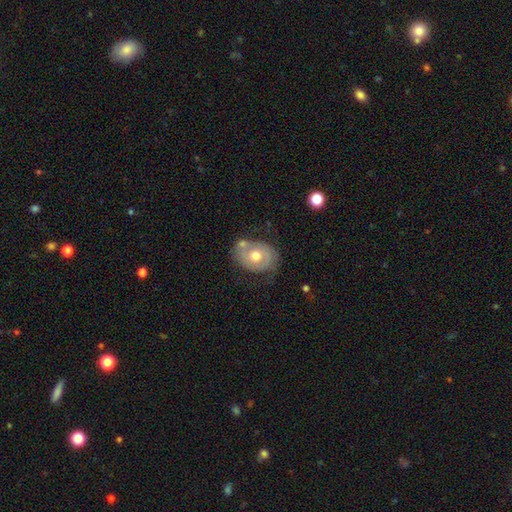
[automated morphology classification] smooth-or-featured: featured or disk: 53% | smooth: 40% | star or artifact: 7%
  disk-edge-on: no: 95% | yes: 5%
    bar: no: 82% | weak: 15% | strong: 3%
    has-spiral-arms: no: 52% | yes: 48%
    bulge-size: moderate: 78% | small: 10% | large: 9% | none: 1% | dominant: 1%
  merging: none: 52% | minor disturbance: 24% | merger: 14% | major disturbance: 10%